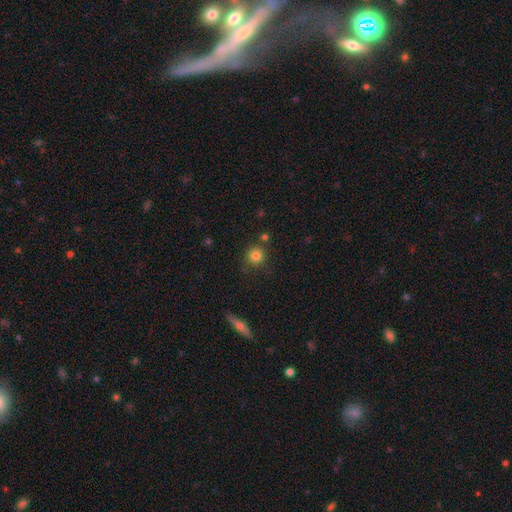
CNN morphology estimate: This appears to be a smooth galaxy with no disk features (82%) that is round (93%). Merging: none (79%).